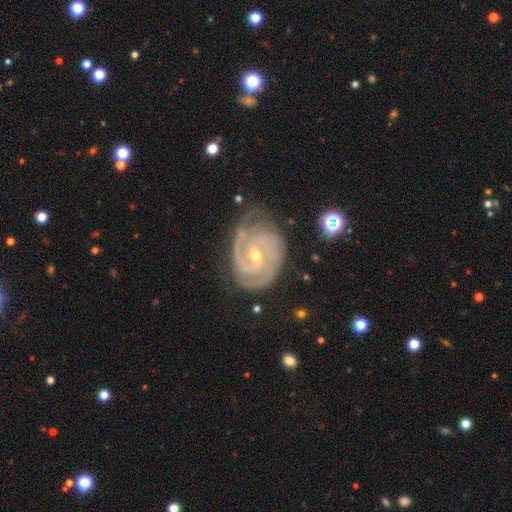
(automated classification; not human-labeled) Q: Smooth or featured?
A: featured or disk (91%); runner-up: star or artifact (5%)
Q: Edge-on disk?
A: no (97%); runner-up: yes (3%)
Q: Bar?
A: weak (48%); runner-up: no (32%)
Q: Spiral arms?
A: yes (98%); runner-up: no (2%)
Q: Spiral winding?
A: tight (69%); runner-up: medium (27%)
Q: Spiral arm count?
A: 2 (48%); runner-up: 3 (26%)
Q: Bulge size?
A: small (55%); runner-up: moderate (42%)
Q: Merging?
A: none (65%); runner-up: minor disturbance (24%)